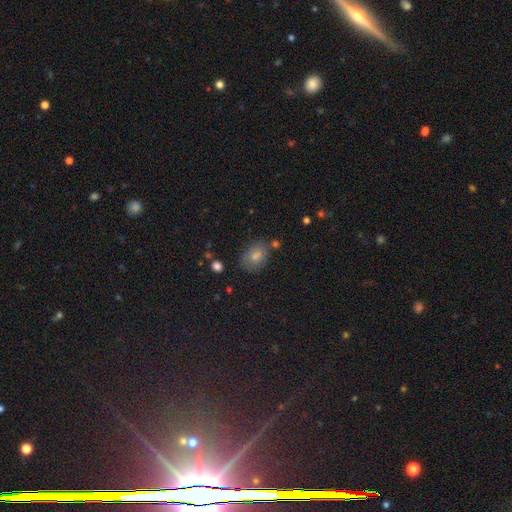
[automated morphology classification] Overall: smooth (78%). How rounded: in between (75%). Merging: none (68%).